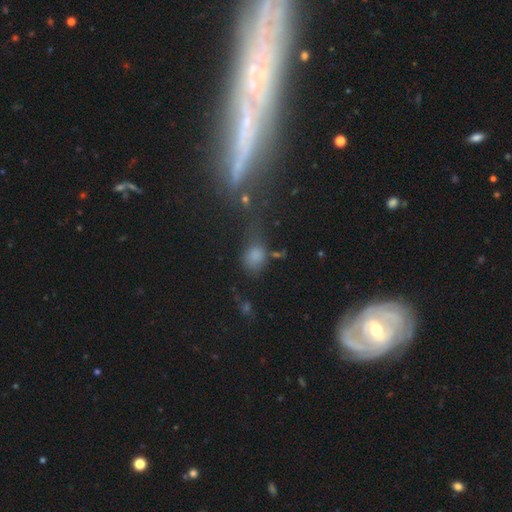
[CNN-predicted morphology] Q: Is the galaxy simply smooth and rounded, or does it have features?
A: smooth — 73%.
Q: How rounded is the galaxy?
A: in between — 54%.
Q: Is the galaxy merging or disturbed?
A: none — 38%.